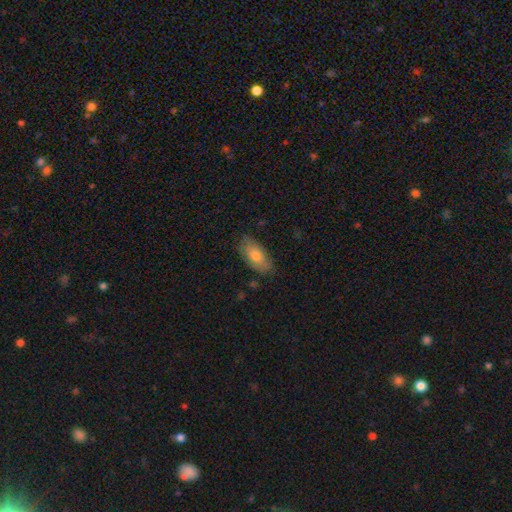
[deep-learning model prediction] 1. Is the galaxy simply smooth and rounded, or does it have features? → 71% smooth, 23% featured or disk, 6% star or artifact.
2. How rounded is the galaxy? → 91% in between, 6% cigar-shaped, 3% round.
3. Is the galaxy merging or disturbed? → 80% none, 16% minor disturbance, 3% major disturbance, 1% merger.